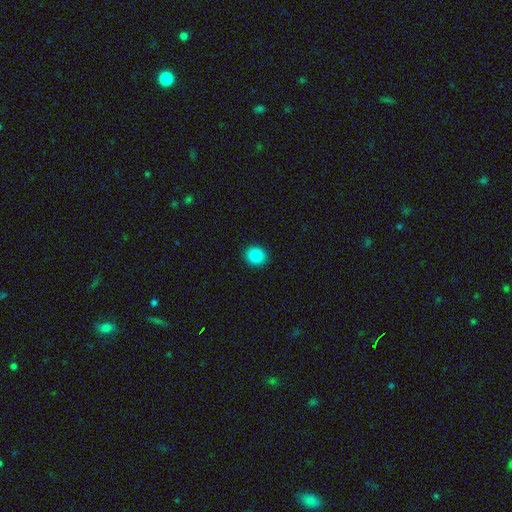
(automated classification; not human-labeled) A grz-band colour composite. It shows a smooth galaxy with no disk features (87%) that is round (77%). Merging: none (91%).